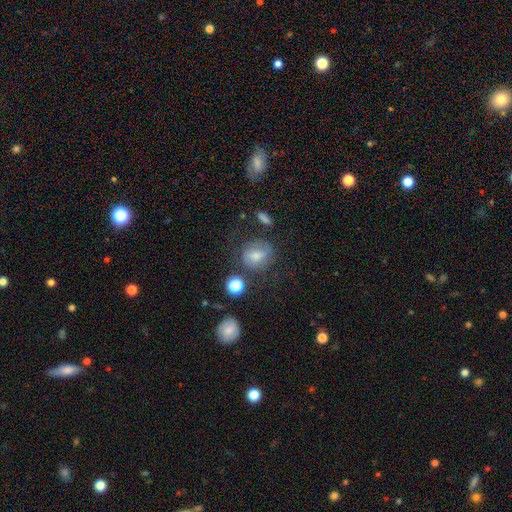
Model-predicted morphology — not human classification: type=smooth (60%); roundness=round (57%); merging=none (61%).